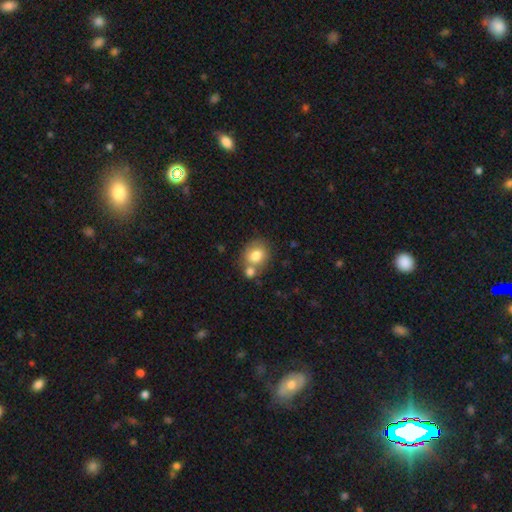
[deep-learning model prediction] This is likely a smooth galaxy (79%). How rounded: likely round (62%). Merging: possibly none (51%).